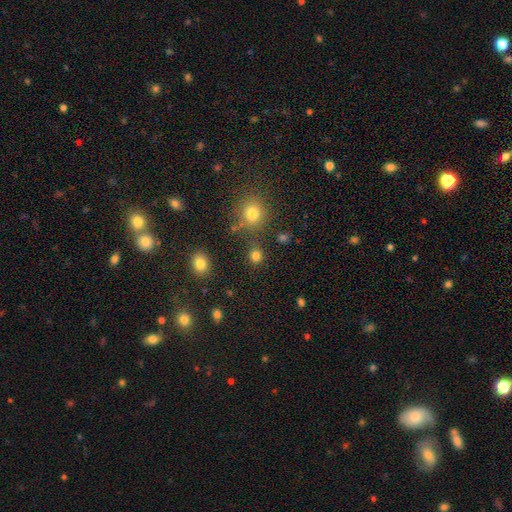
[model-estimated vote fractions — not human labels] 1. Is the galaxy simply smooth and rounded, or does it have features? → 80% smooth, 15% star or artifact, 4% featured or disk.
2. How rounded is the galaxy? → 84% round, 15% in between, 1% cigar-shaped.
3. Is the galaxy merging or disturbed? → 79% none, 9% minor disturbance, 8% merger, 4% major disturbance.